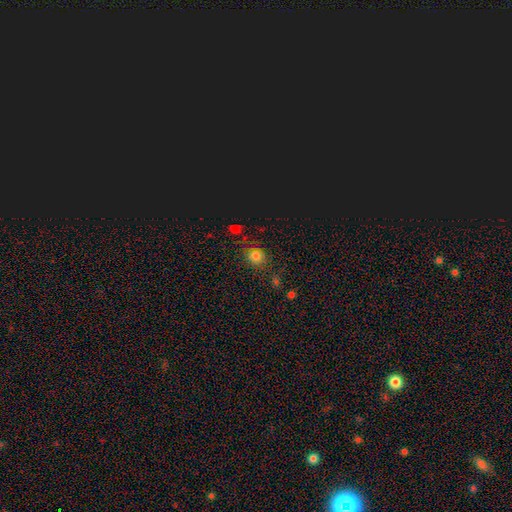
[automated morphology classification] type=smooth (73%); roundness=round (81%); merging=none (80%).